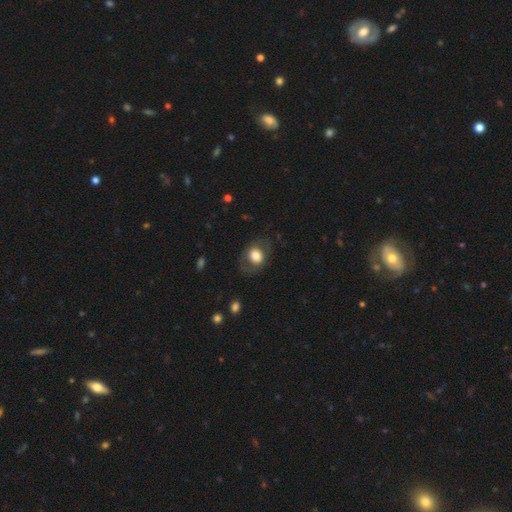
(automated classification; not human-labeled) The model was most divided on "how rounded": round: 59%, in between: 40%, cigar-shaped: 1%. More confident: merging — none (67%); smooth or featured — smooth (67%).